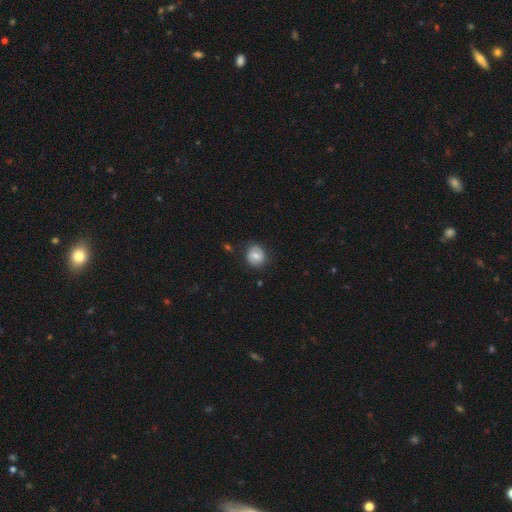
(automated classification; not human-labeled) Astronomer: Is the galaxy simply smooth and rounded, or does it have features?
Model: smooth — 66%.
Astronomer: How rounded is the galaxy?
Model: round — 78%.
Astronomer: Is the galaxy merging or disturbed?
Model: none — 81%.